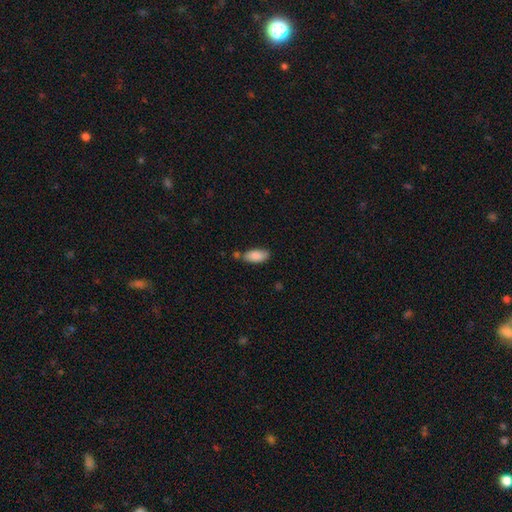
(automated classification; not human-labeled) This is clearly a smooth galaxy (86%). How rounded: clearly in between (88%). Merging: likely none (67%).